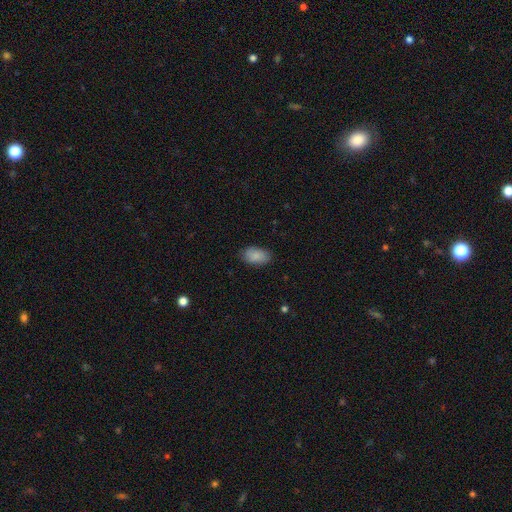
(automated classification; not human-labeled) Morphology: type=smooth (87%); roundness=in between (92%); merging=none (83%).